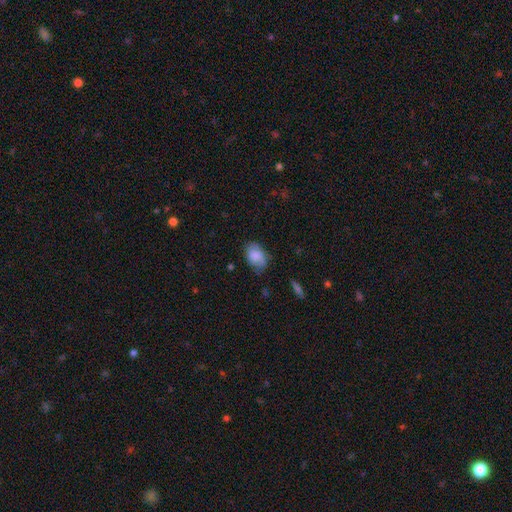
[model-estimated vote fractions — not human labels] A smooth galaxy with no disk features (80%) that is in between round and cigar-shaped (79%). Merging: none (67%).